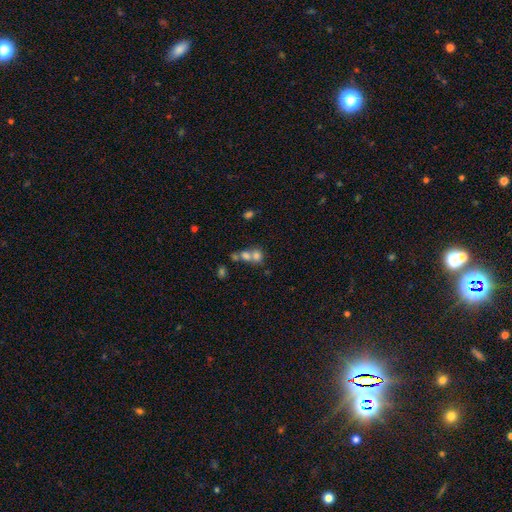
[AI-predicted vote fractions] Smooth or featured?
  - smooth: 70% *
  - featured or disk: 16%
  - star or artifact: 14%
How rounded?
  - round: 65% *
  - in between: 34%
  - cigar-shaped: 2%
Merging?
  - merger: 60% *
  - none: 29%
  - minor disturbance: 7%
  - major disturbance: 5%